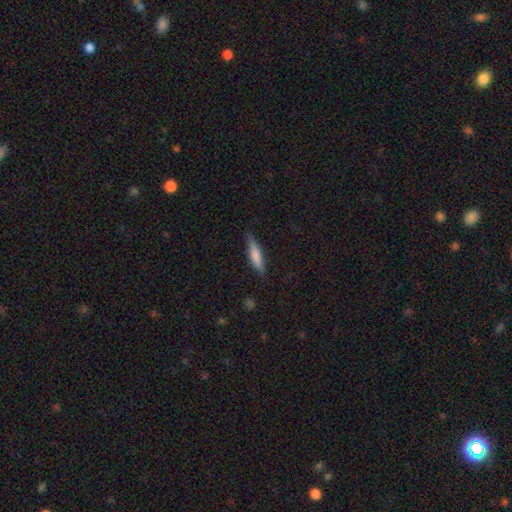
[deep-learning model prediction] Overall: smooth (75%). How rounded: cigar-shaped (78%). Merging: none (83%).